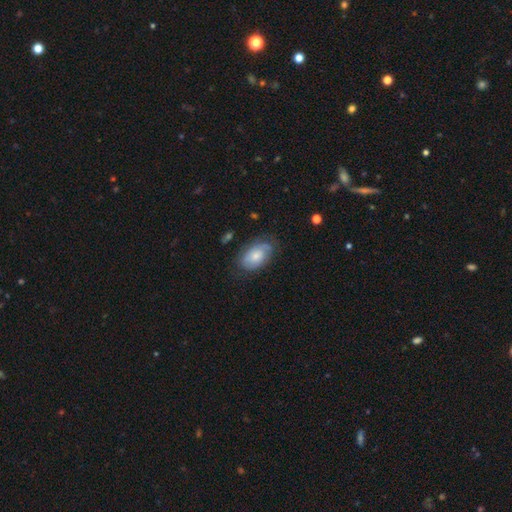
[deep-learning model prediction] smooth 55%, featured or disk 39%, star or artifact 7%. Down the decision tree: how rounded — in between (91%); merging — none (63%).